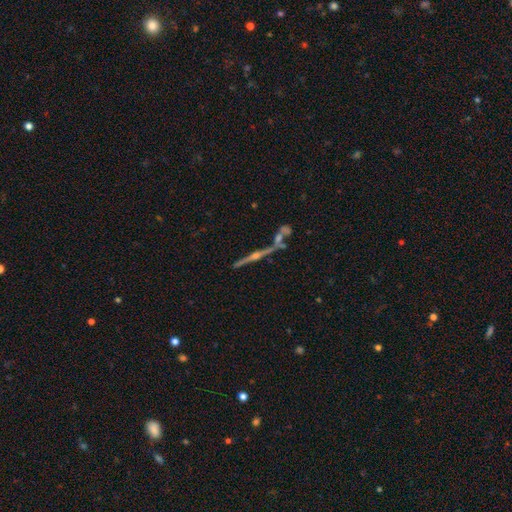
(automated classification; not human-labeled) Q: Smooth or featured?
A: featured or disk (72%); runner-up: star or artifact (14%)
Q: Edge-on disk?
A: yes (93%); runner-up: no (7%)
Q: Edge-on bulge?
A: rounded (77%); runner-up: none (16%)
Q: Merging?
A: none (63%); runner-up: merger (18%)